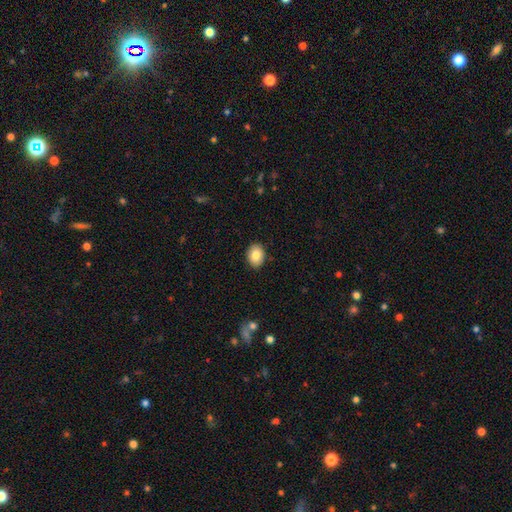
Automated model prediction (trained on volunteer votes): Smooth or featured: smooth — 84% (featured or disk — 8%)
How rounded: in between — 67% (round — 32%)
Merging: none — 89% (minor disturbance — 8%)